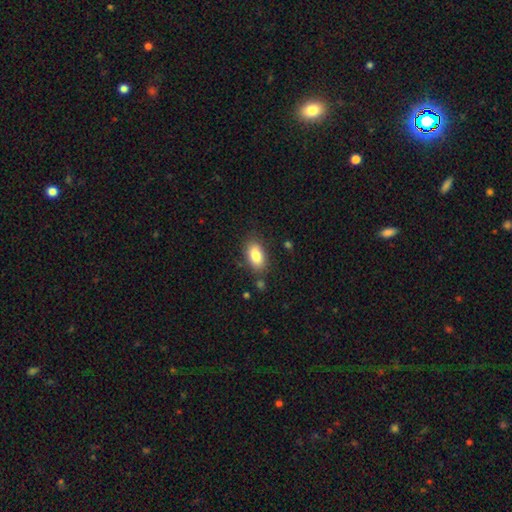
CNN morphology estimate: Overall: smooth (85%). How rounded: in between (91%). Merging: none (80%).